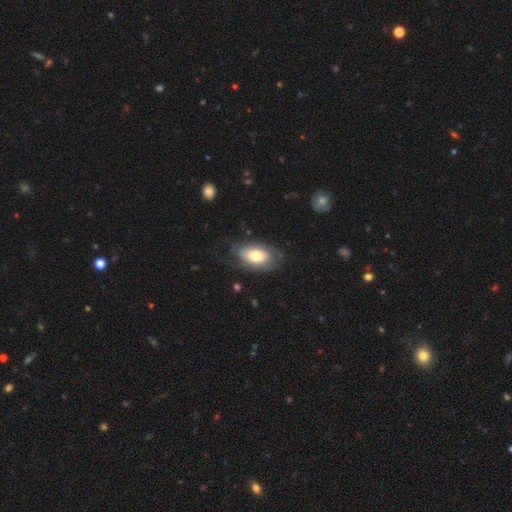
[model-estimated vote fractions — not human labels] This appears to be a smooth galaxy with no disk features (64%) that is in between round and cigar-shaped (92%). Merging: none (67%).